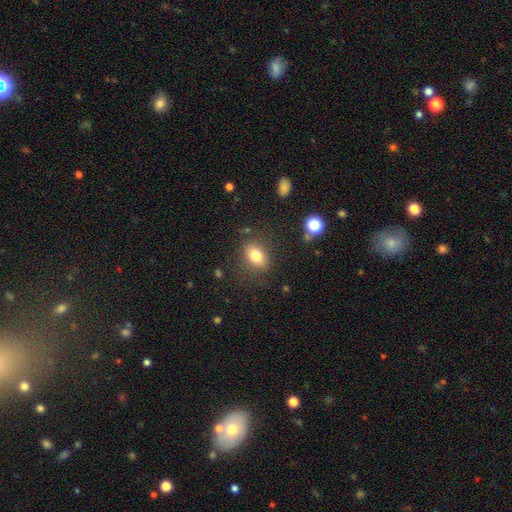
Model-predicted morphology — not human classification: Smooth or featured? smooth (79%)
How rounded? in between (78%)
Merging? none (81%)